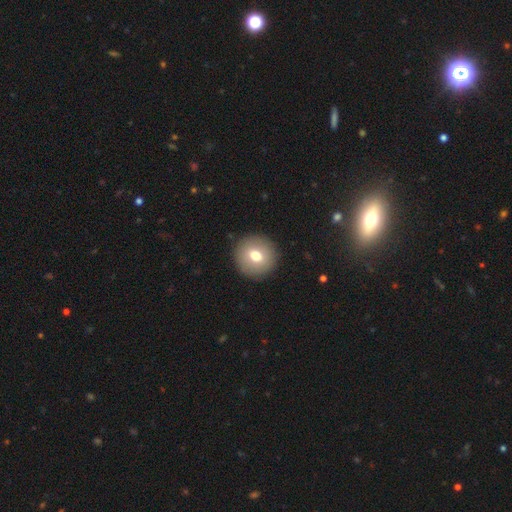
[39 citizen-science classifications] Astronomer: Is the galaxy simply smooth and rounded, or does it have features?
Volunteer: smooth — 82%.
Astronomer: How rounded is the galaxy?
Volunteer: round — 91%.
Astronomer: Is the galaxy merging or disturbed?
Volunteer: none — 90%.